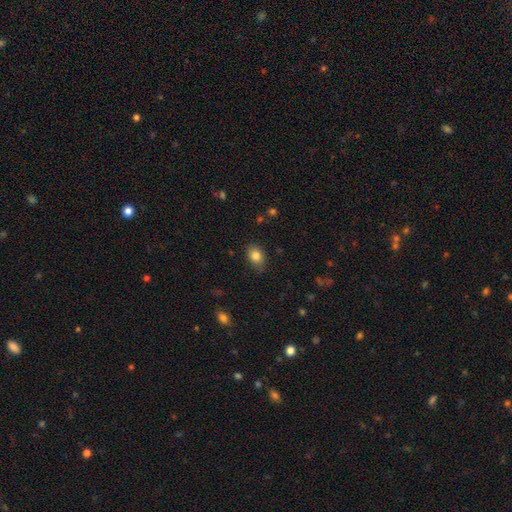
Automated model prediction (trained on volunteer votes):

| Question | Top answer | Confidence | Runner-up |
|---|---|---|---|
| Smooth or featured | smooth | 83% | star or artifact (9%) |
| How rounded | in between | 67% | round (32%) |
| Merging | none | 75% | minor disturbance (20%) |